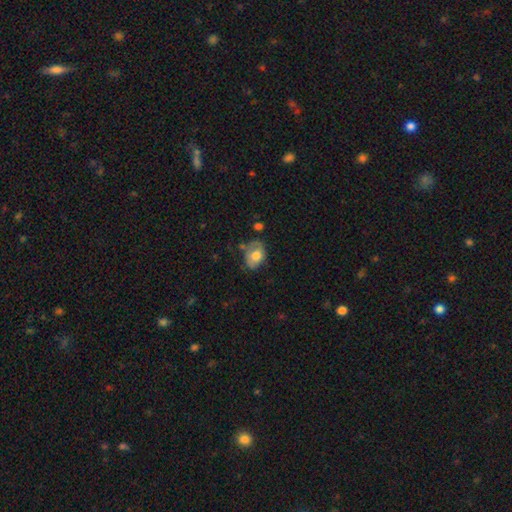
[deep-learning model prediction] Overall: smooth (65%; featured or disk 28%). How rounded: in between (75%). Merging: none (50%; minor disturbance 32%).